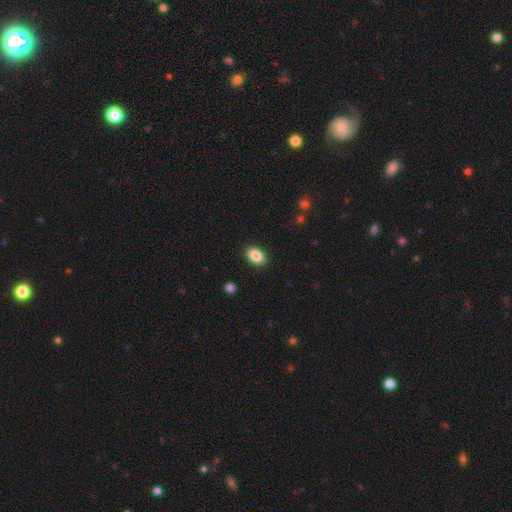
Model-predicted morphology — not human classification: Smooth or featured? Predicted: smooth (p=0.87). How rounded? Predicted: in between (p=0.86). Merging? Predicted: none (p=0.89).